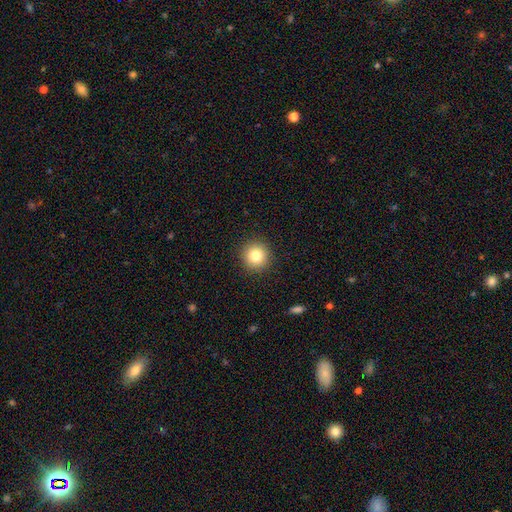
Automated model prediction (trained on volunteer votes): smooth_or_featured: smooth (p=0.82) [alt: star or artifact p=0.11]
how_rounded: round (p=0.95) [alt: in between p=0.04]
merging: none (p=0.92) [alt: minor disturbance p=0.05]